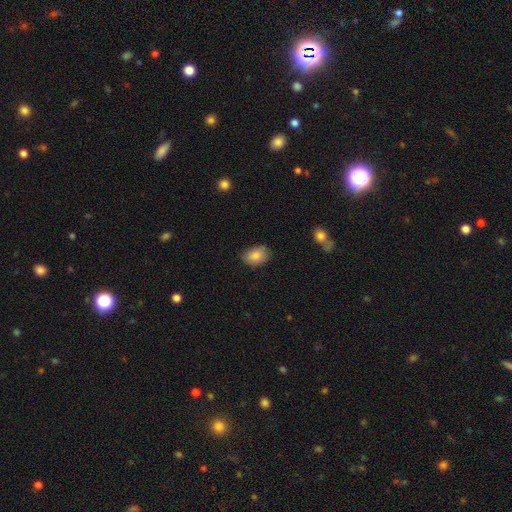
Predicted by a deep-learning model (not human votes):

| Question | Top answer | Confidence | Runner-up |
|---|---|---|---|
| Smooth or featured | smooth | 83% | featured or disk (9%) |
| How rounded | in between | 75% | round (24%) |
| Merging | none | 76% | minor disturbance (19%) |